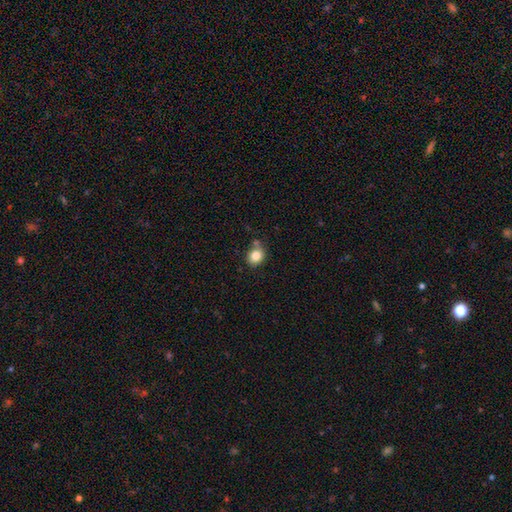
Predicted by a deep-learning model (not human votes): Q: Smooth or featured?
A: smooth (83%); runner-up: star or artifact (10%)
Q: How rounded?
A: round (63%); runner-up: in between (36%)
Q: Merging?
A: none (70%); runner-up: minor disturbance (17%)